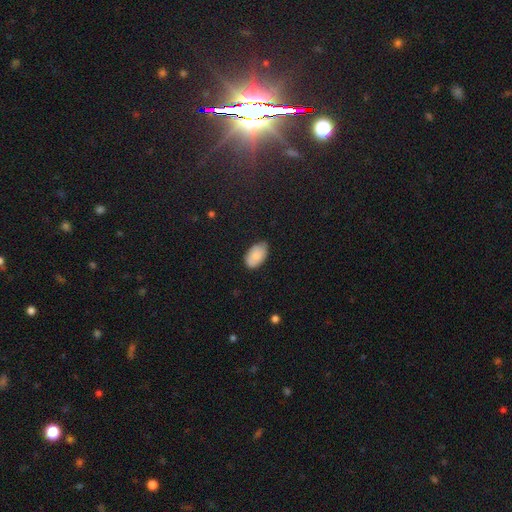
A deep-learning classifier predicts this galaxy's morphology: Smooth or featured: smooth — 81% (featured or disk — 12%)
How rounded: in between — 93% (round — 6%)
Merging: none — 71% (minor disturbance — 25%)